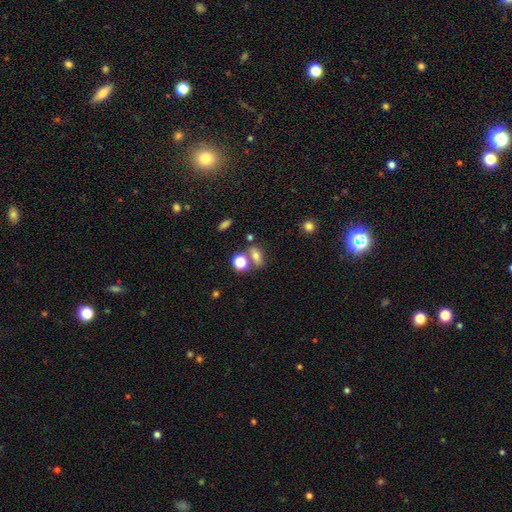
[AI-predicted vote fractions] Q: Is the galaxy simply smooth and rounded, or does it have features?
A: smooth — 66%.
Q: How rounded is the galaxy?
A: in between — 64%.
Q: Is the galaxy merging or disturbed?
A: none — 59%.